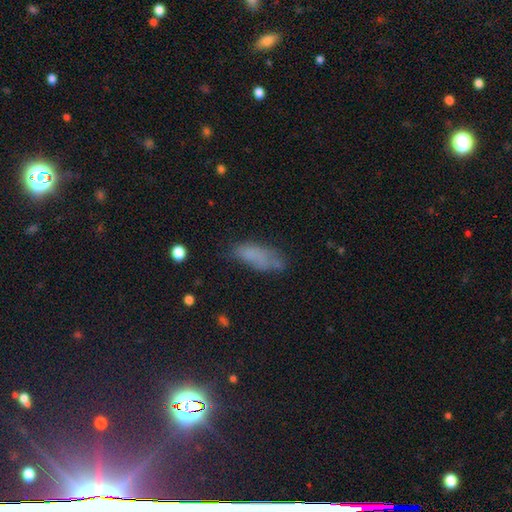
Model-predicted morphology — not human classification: Overall: smooth (69%). How rounded: in between (73%). Merging: none (51%; minor disturbance 29%).